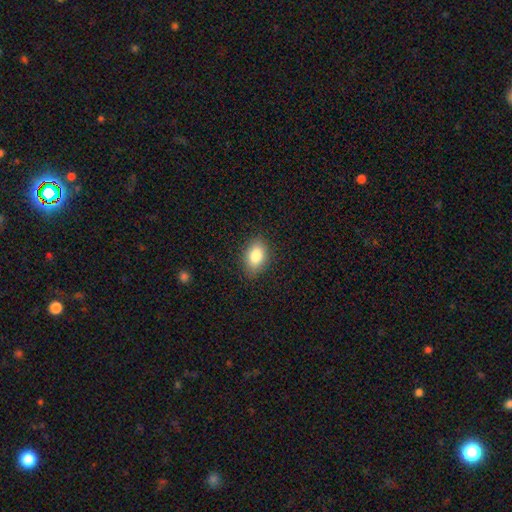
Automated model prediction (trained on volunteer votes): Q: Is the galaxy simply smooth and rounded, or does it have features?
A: smooth — 83%.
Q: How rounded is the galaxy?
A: in between — 84%.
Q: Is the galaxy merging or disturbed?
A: none — 85%.